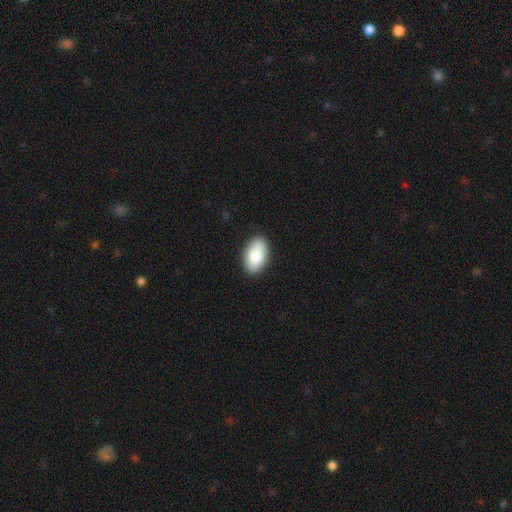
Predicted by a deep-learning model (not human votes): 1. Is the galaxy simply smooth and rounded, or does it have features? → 87% smooth, 7% featured or disk, 6% star or artifact.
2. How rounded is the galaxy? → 93% in between, 5% round, 1% cigar-shaped.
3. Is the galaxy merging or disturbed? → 88% none, 9% minor disturbance, 2% major disturbance, 1% merger.